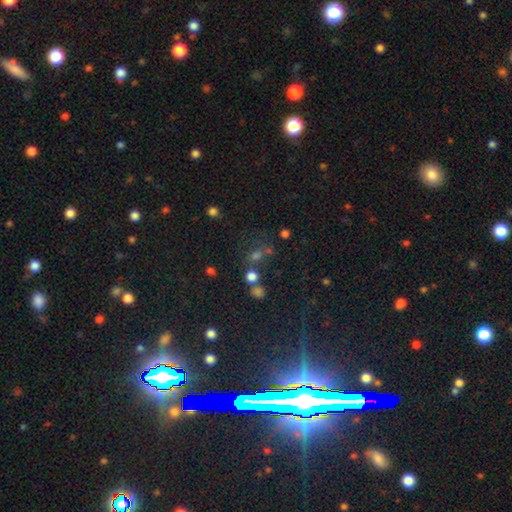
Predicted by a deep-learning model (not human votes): smooth_or_featured: star or artifact (p=0.68) [alt: smooth p=0.17]